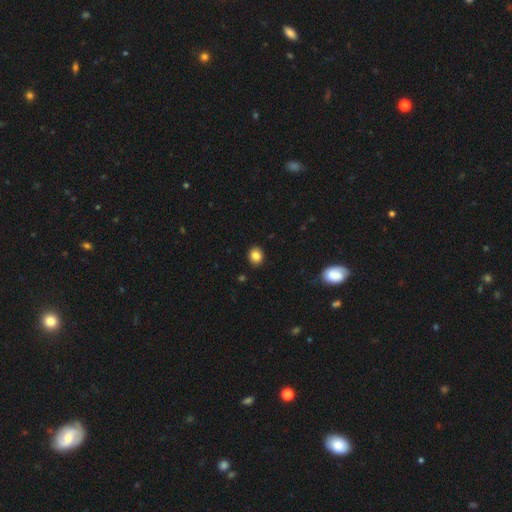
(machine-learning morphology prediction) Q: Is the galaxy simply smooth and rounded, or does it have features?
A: smooth — 84%.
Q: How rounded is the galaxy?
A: round — 66%.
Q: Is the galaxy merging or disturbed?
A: none — 91%.